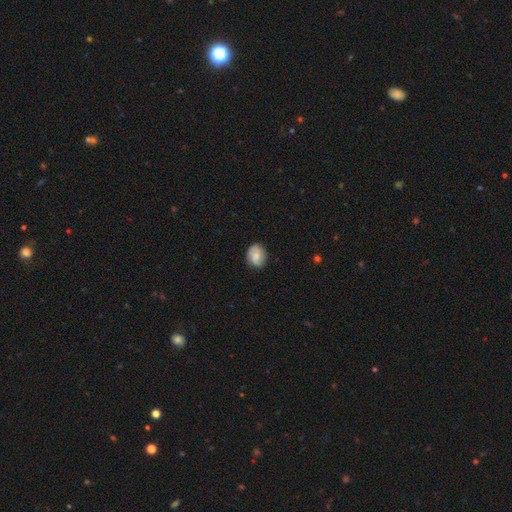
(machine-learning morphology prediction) Overall: smooth (56%; featured or disk 37%). How rounded: round (53%; in between 45%). Merging: none (82%).